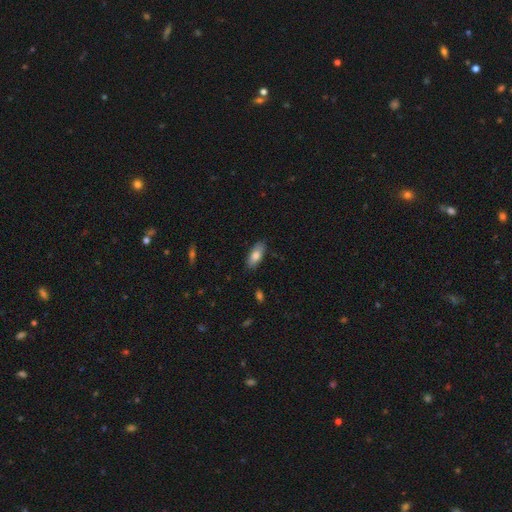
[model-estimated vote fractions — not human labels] Smooth or featured? smooth (78%)
How rounded? in between (83%)
Merging? none (85%)